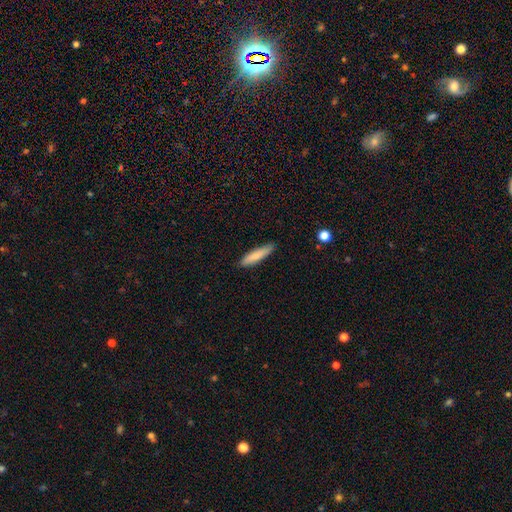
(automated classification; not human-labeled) Smooth or featured?
  - smooth: 77% *
  - featured or disk: 17%
  - star or artifact: 6%
How rounded?
  - cigar-shaped: 82% *
  - in between: 17%
  - round: 1%
Merging?
  - none: 85% *
  - minor disturbance: 12%
  - major disturbance: 2%
  - merger: 1%